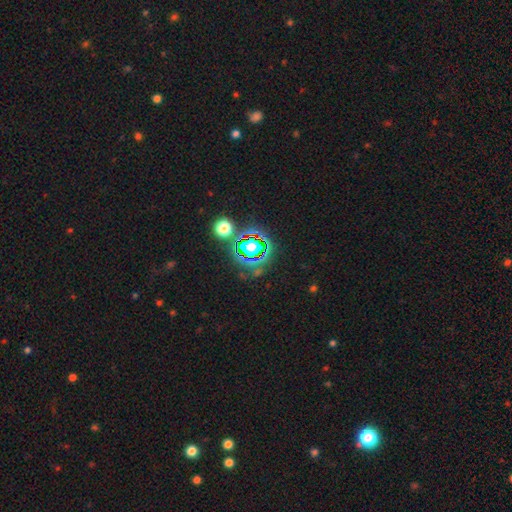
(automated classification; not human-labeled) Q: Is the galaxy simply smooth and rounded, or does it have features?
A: star or artifact — 79%.